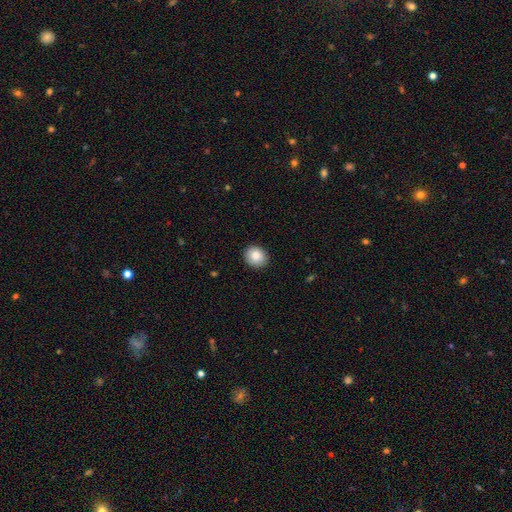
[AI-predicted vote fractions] A smooth galaxy with no disk features (84%) that is round (68%). Merging: none (89%).